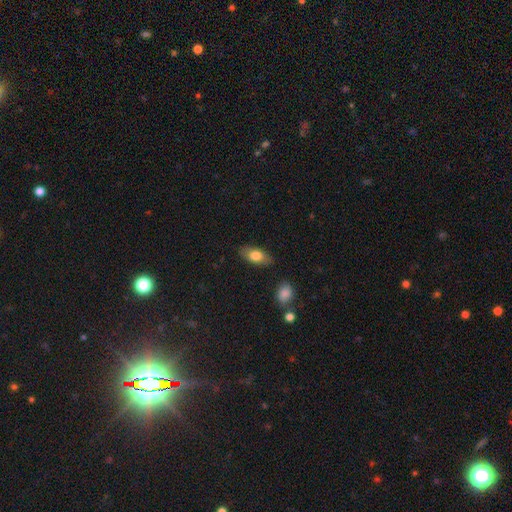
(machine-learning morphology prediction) smooth 78%, featured or disk 15%, star or artifact 7%. Down the decision tree: how rounded — in between (86%); merging — none (83%).